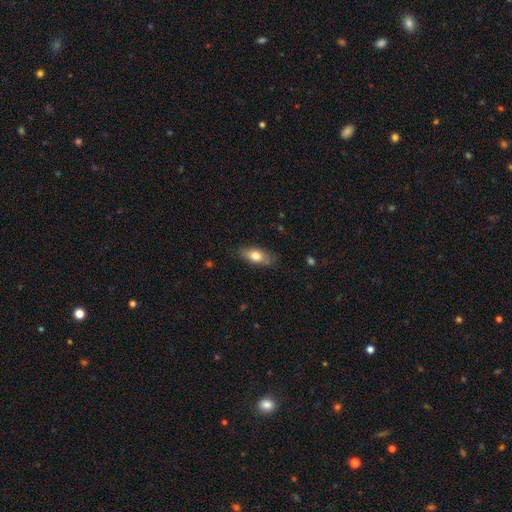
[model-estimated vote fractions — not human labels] The model was most divided on "smooth or featured": smooth: 74%, featured or disk: 19%, star or artifact: 7%. More confident: merging — none (80%); how rounded — in between (79%).